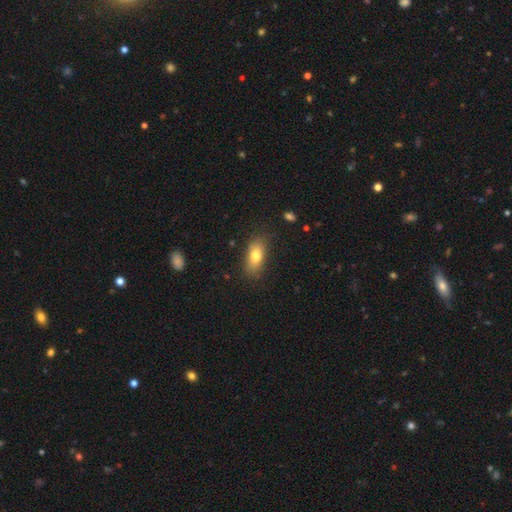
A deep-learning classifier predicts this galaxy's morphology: smooth 78%, featured or disk 14%, star or artifact 8%. Down the decision tree: how rounded — in between (84%); merging — none (79%).